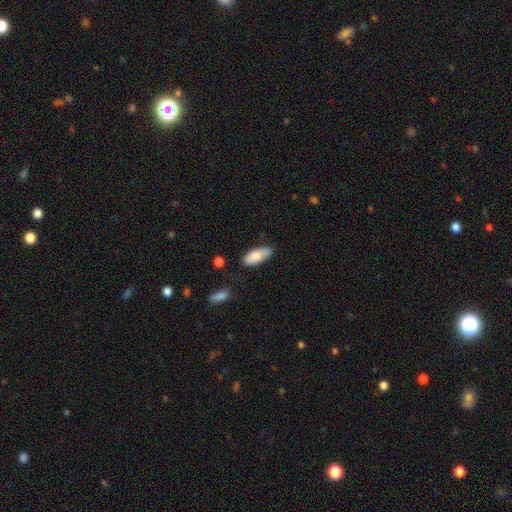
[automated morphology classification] A smooth galaxy with no disk features (81%) that is in between round and cigar-shaped (86%).

Vote fractions:
- Smooth or featured? smooth: 81% / featured or disk: 13% / star or artifact: 6%
- How rounded? in between: 86% / cigar-shaped: 12% / round: 2%
- Merging? none: 75% / minor disturbance: 19% / major disturbance: 3% / merger: 3%